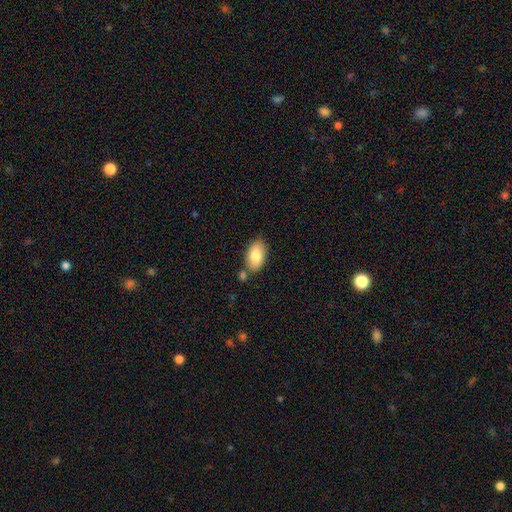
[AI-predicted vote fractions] Smooth or featured: smooth — 82% (featured or disk — 11%)
How rounded: in between — 93% (round — 5%)
Merging: none — 73% (minor disturbance — 14%)